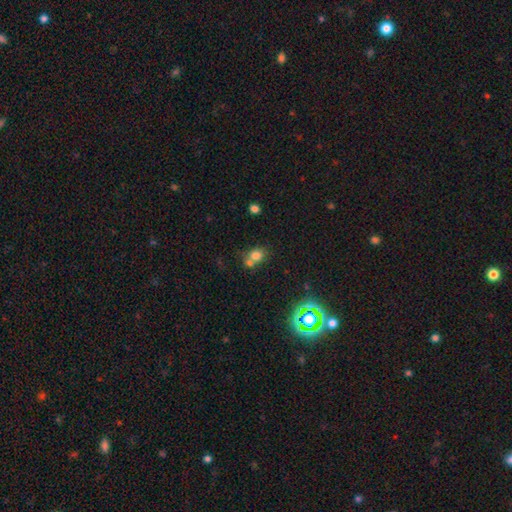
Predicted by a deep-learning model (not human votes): Overall: smooth (74%). How rounded: round (60%; in between 39%). Merging: none (44%; merger 40%).